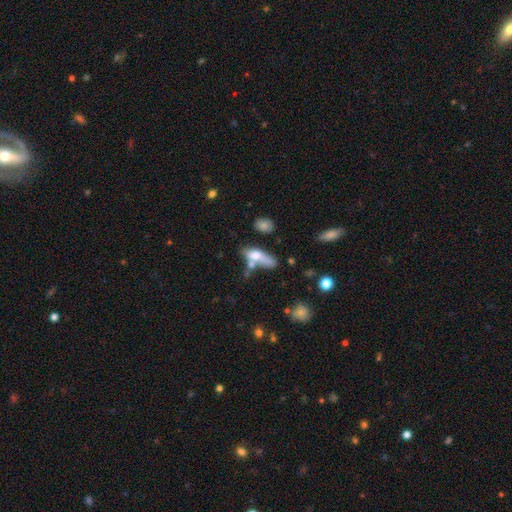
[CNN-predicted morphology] A smooth galaxy with no disk features (60%) that is in between round and cigar-shaped (52%).

Vote fractions:
- Smooth or featured? smooth: 60% / featured or disk: 31% / star or artifact: 8%
- How rounded? in between: 52% / cigar-shaped: 42% / round: 6%
- Merging? merger: 36% / none: 33% / minor disturbance: 18% / major disturbance: 13%